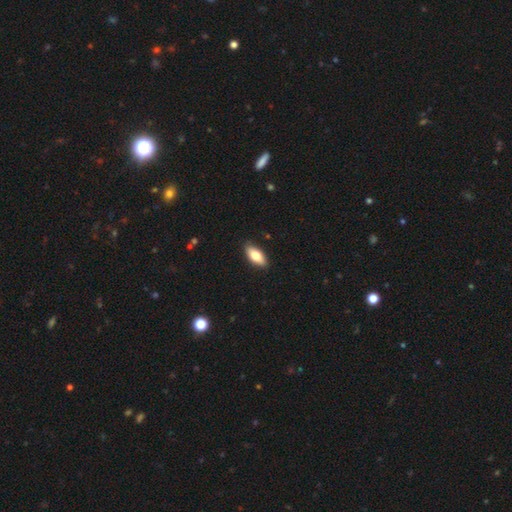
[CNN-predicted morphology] smooth 77%, featured or disk 17%, star or artifact 6%. Down the decision tree: how rounded — in between (86%); merging — none (88%).